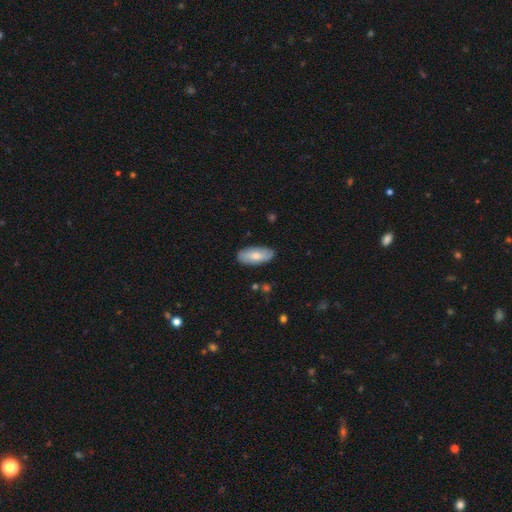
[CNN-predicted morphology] Smooth or featured?
  - smooth: 73% *
  - featured or disk: 21%
  - star or artifact: 6%
How rounded?
  - in between: 89% *
  - cigar-shaped: 9%
  - round: 2%
Merging?
  - none: 84% *
  - minor disturbance: 12%
  - major disturbance: 2%
  - merger: 1%